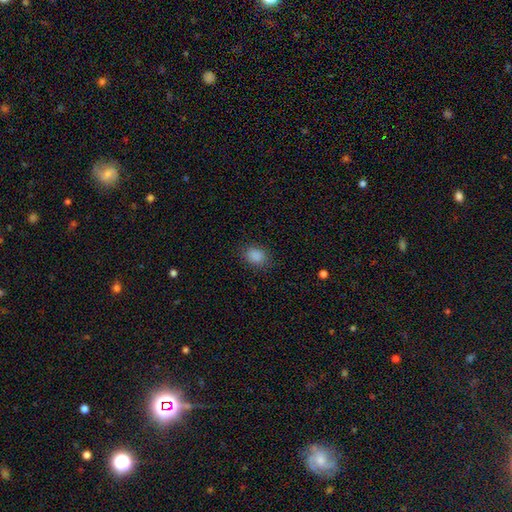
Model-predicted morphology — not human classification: Q: Smooth or featured?
A: smooth (87%); runner-up: star or artifact (10%)
Q: How rounded?
A: in between (55%); runner-up: round (44%)
Q: Merging?
A: none (84%); runner-up: minor disturbance (11%)